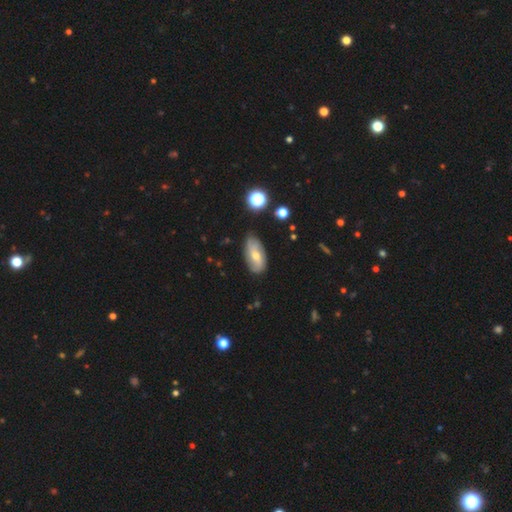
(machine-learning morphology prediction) This appears to be a featured or disk galaxy (52%). Merging: none (73%).